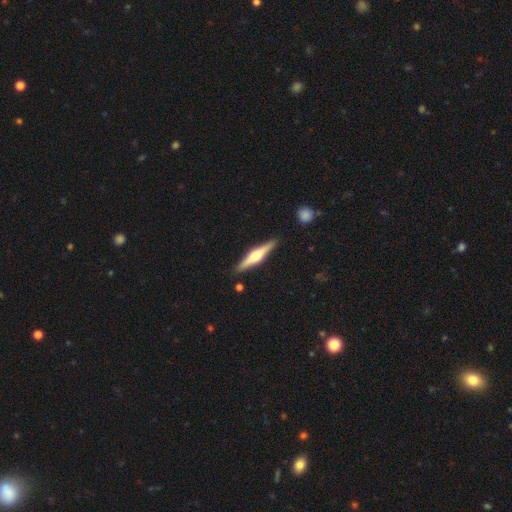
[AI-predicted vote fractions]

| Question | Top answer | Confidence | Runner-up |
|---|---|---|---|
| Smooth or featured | featured or disk | 71% | smooth (24%) |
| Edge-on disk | yes | 98% | no (2%) |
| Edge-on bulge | rounded | 94% | boxy (4%) |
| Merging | none | 90% | minor disturbance (7%) |